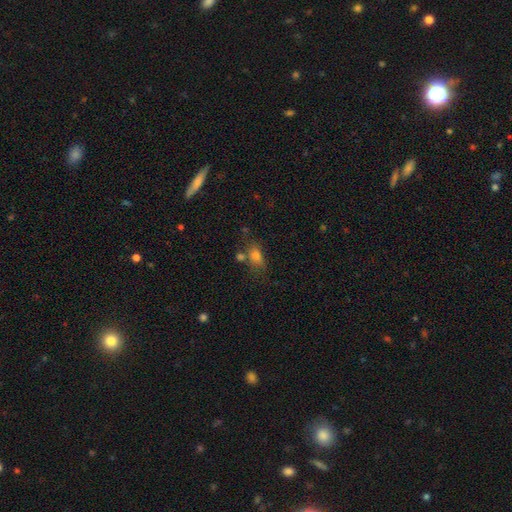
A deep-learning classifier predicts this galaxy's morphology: Smooth or featured? Predicted: smooth (p=0.71). How rounded? Predicted: in between (p=0.69). Merging? Predicted: none (p=0.57).